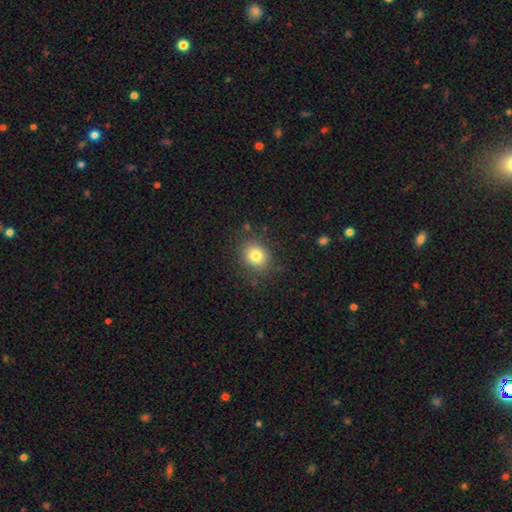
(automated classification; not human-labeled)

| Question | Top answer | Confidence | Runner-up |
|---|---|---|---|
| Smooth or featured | smooth | 80% | star or artifact (12%) |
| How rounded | round | 72% | in between (27%) |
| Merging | none | 83% | minor disturbance (12%) |